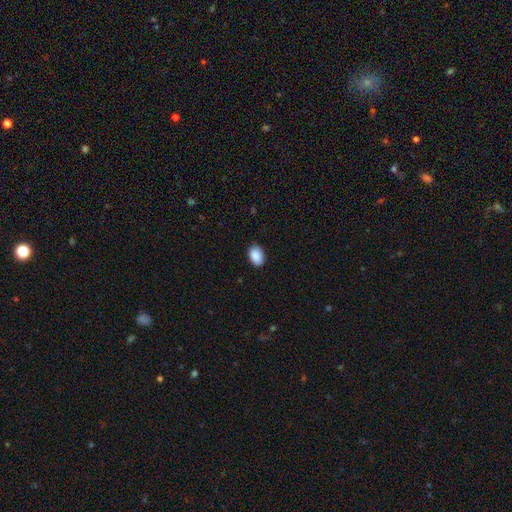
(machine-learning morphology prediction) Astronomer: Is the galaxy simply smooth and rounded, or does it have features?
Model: smooth — 90%.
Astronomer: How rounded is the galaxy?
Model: in between — 87%.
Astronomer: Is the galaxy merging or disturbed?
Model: none — 88%.